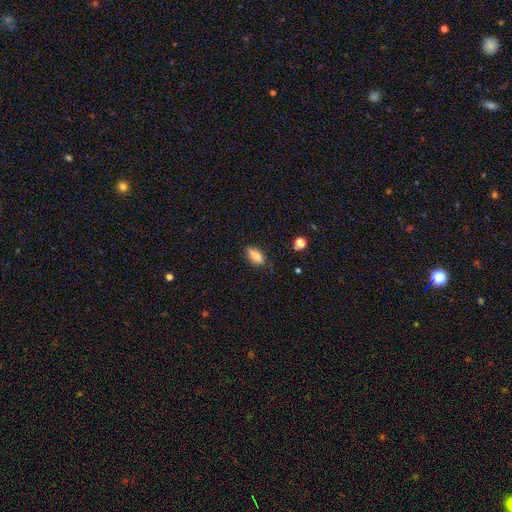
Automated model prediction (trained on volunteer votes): Q: Smooth or featured?
A: smooth (75%); runner-up: featured or disk (16%)
Q: How rounded?
A: in between (79%); runner-up: cigar-shaped (17%)
Q: Merging?
A: none (81%); runner-up: minor disturbance (15%)